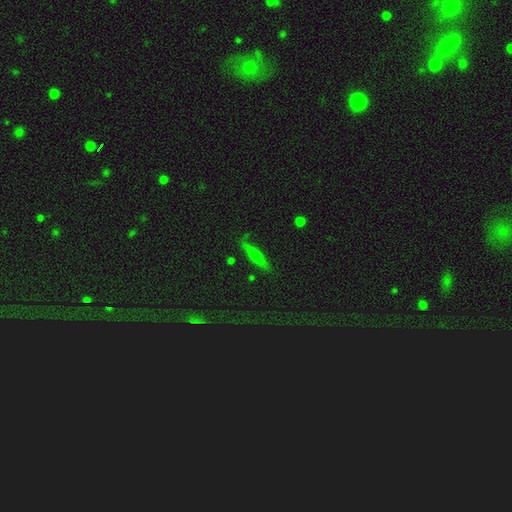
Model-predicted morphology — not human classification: smooth-or-featured: smooth: 45% | featured or disk: 43% | star or artifact: 12%
  merging: none: 81% | minor disturbance: 14% | major disturbance: 3% | merger: 2%